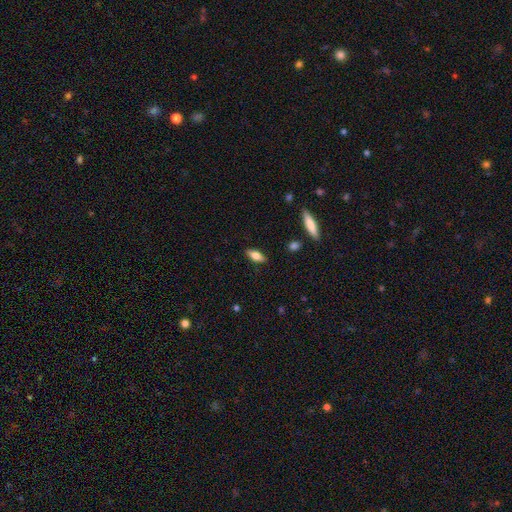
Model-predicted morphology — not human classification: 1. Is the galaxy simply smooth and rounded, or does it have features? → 70% smooth, 23% featured or disk, 7% star or artifact.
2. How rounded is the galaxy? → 72% in between, 25% cigar-shaped, 3% round.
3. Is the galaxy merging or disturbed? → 87% none, 9% minor disturbance, 2% major disturbance, 1% merger.